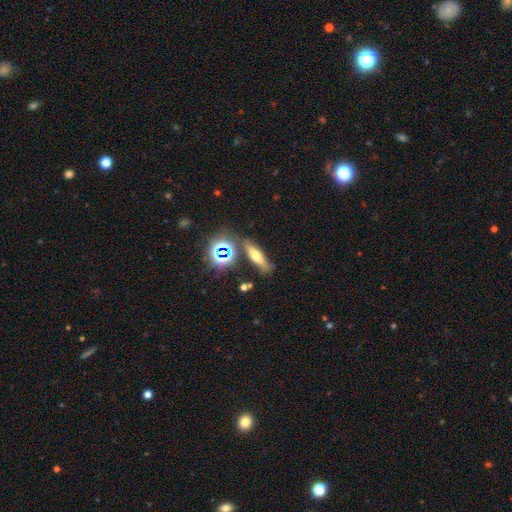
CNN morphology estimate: This is possibly a smooth galaxy (50%). How rounded: possibly cigar-shaped (59%). Merging: likely none (78%).